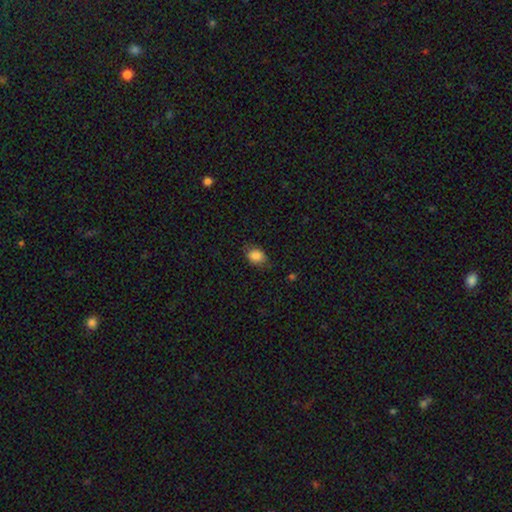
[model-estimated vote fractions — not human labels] Smooth or featured: smooth — 86% (star or artifact — 9%)
How rounded: in between — 69% (round — 29%)
Merging: none — 72% (minor disturbance — 22%)